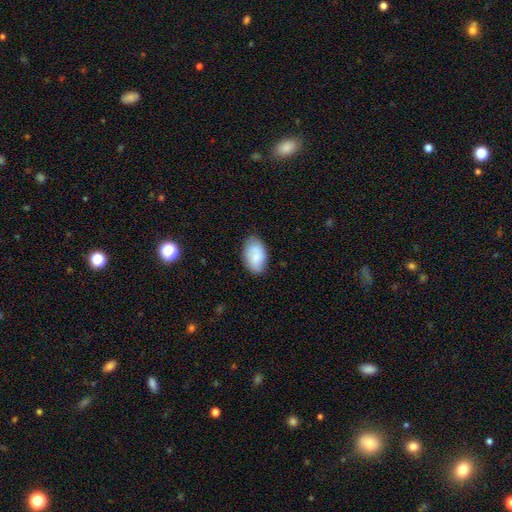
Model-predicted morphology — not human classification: type=smooth (75%); roundness=in between (92%); merging=none (77%).